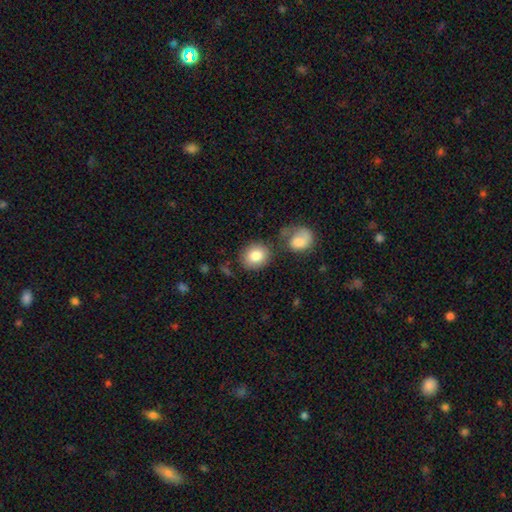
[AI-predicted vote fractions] Smooth or featured: smooth — 84% (featured or disk — 9%)
How rounded: round — 70% (in between — 29%)
Merging: none — 70% (merger — 14%)